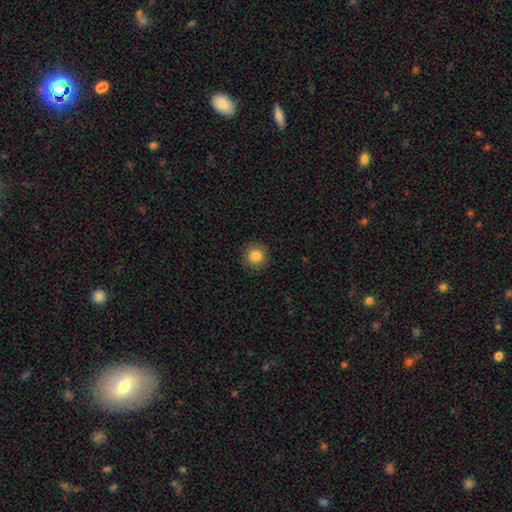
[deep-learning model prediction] Smooth or featured: smooth — 84% (star or artifact — 10%)
How rounded: round — 93% (in between — 6%)
Merging: none — 91% (minor disturbance — 6%)